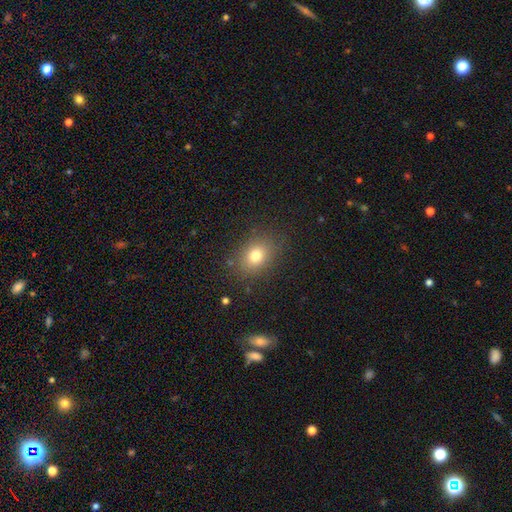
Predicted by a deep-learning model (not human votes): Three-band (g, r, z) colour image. It shows a smooth galaxy with no disk features (77%) that is in between round and cigar-shaped (57%). Merging: none (83%).